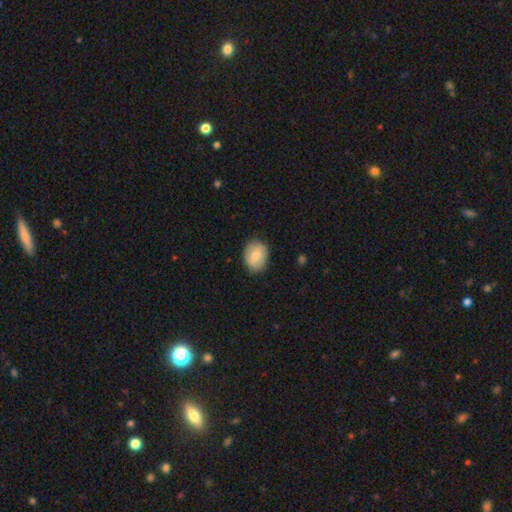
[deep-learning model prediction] A smooth galaxy with no disk features (77%) that is in between round and cigar-shaped (58%).

Vote fractions:
- Smooth or featured? smooth: 77% / featured or disk: 16% / star or artifact: 7%
- How rounded? in between: 58% / round: 41% / cigar-shaped: 1%
- Merging? none: 84% / minor disturbance: 13% / major disturbance: 3% / merger: 1%